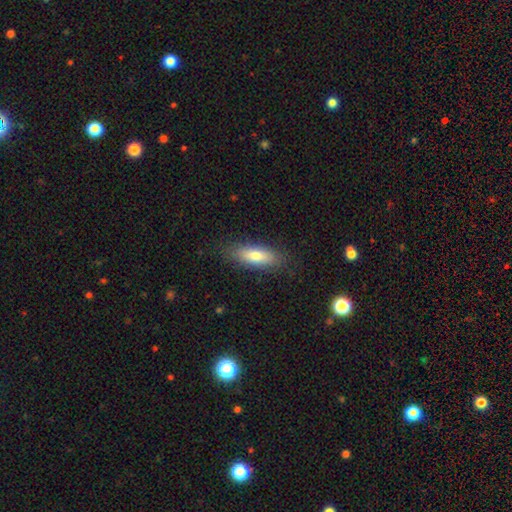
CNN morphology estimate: Smooth or featured?
  - smooth: 74% *
  - featured or disk: 19%
  - star or artifact: 7%
How rounded?
  - in between: 68% *
  - cigar-shaped: 30%
  - round: 2%
Merging?
  - none: 84% *
  - minor disturbance: 12%
  - major disturbance: 3%
  - merger: 1%